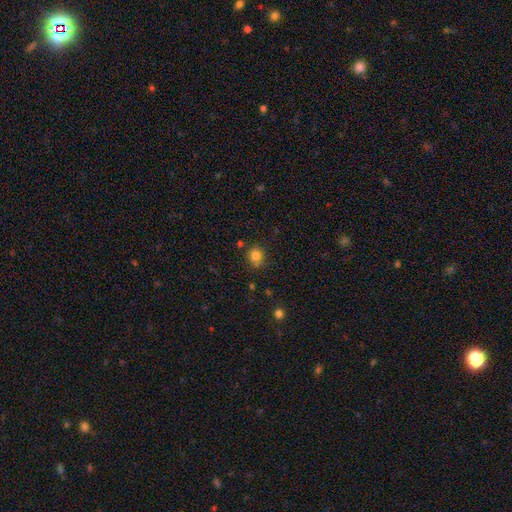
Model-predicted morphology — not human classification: Q: Smooth or featured?
A: smooth (82%); runner-up: star or artifact (13%)
Q: How rounded?
A: round (81%); runner-up: in between (18%)
Q: Merging?
A: none (75%); runner-up: minor disturbance (16%)